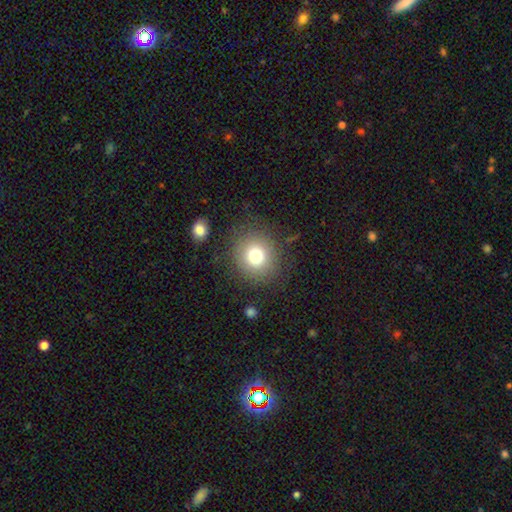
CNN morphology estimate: The model was most divided on "smooth or featured": smooth: 76%, star or artifact: 13%, featured or disk: 11%. More confident: how rounded — round (87%); merging — none (83%).